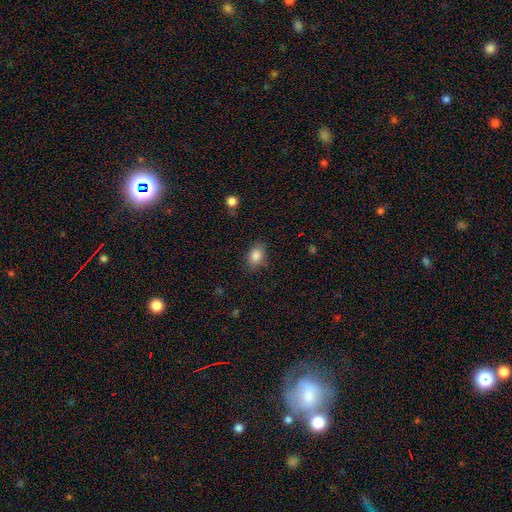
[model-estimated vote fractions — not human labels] Smooth or featured: smooth — 86% (star or artifact — 9%)
How rounded: in between — 78% (round — 21%)
Merging: none — 80% (minor disturbance — 15%)